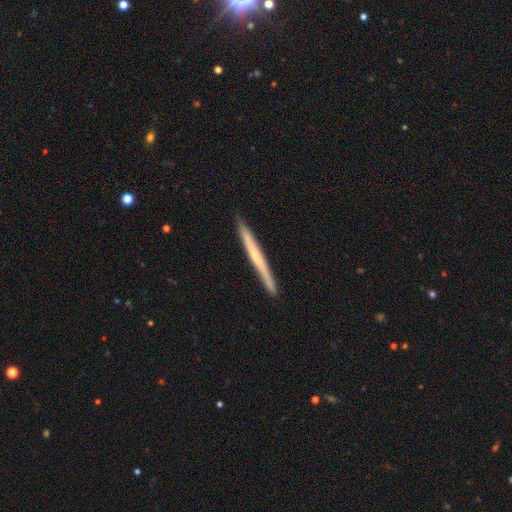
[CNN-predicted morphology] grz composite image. It shows a featured or disk galaxy (55%) viewed edge-on (96%) with no central bulge (71%). Merging: none (88%).